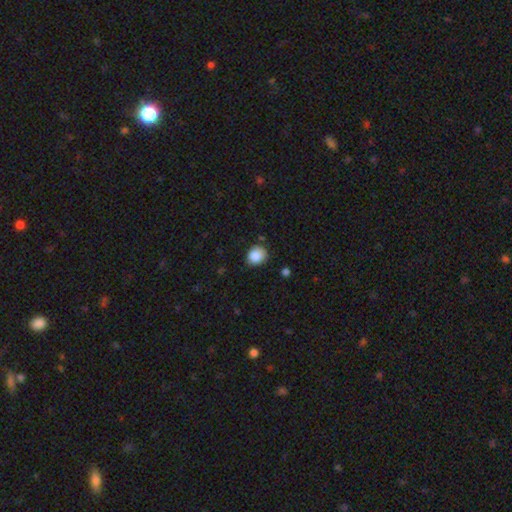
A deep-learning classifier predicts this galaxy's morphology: Smooth or featured? smooth (87%)
How rounded? round (75%)
Merging? none (74%)